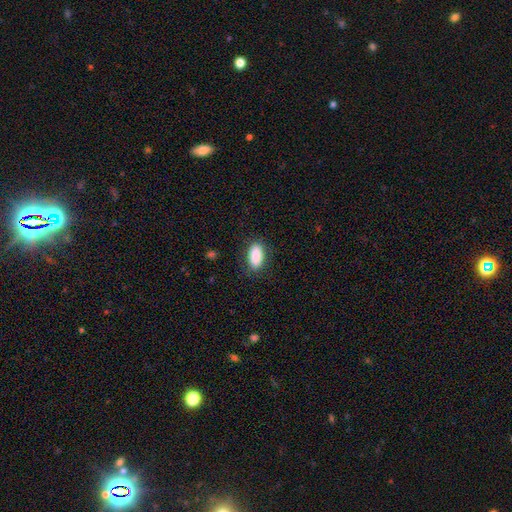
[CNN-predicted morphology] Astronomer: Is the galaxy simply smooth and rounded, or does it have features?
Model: smooth — 88%.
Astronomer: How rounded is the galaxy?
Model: in between — 91%.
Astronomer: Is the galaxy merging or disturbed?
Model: none — 83%.